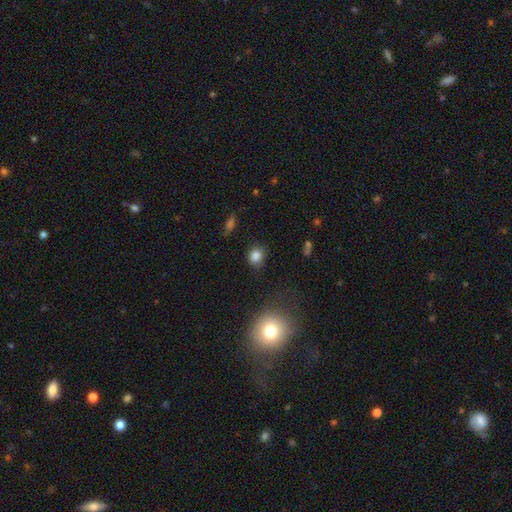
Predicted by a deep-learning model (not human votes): Smooth or featured? Predicted: smooth (p=0.83). How rounded? Predicted: round (p=0.75). Merging? Predicted: none (p=0.80).